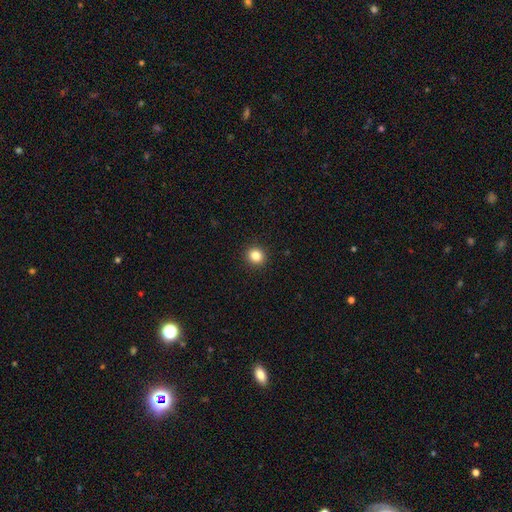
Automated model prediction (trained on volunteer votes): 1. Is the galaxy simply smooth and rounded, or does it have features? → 84% smooth, 11% star or artifact, 5% featured or disk.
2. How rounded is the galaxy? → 87% round, 12% in between, 1% cigar-shaped.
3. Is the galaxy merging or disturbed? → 92% none, 5% minor disturbance, 2% major disturbance, 1% merger.